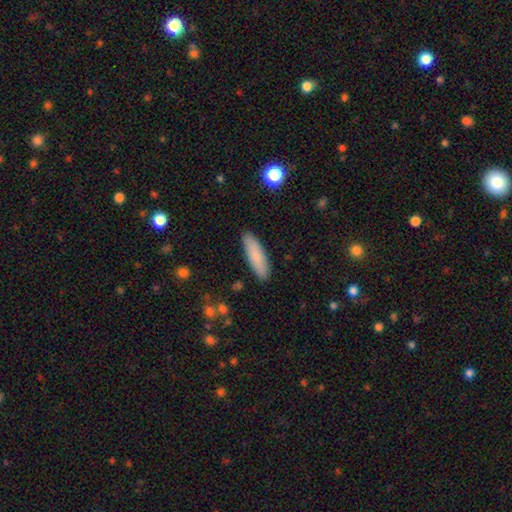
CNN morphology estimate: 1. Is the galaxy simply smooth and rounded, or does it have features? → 83% smooth, 11% featured or disk, 6% star or artifact.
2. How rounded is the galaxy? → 62% cigar-shaped, 37% in between, 2% round.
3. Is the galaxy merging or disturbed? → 89% none, 8% minor disturbance, 2% major disturbance, 1% merger.